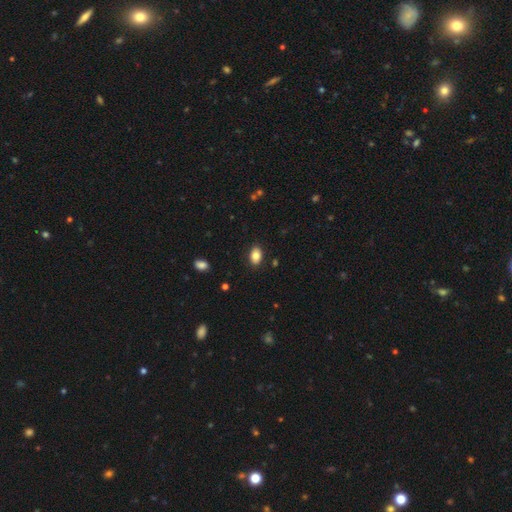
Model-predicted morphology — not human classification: Smooth or featured? Predicted: smooth (p=0.84). How rounded? Predicted: in between (p=0.87). Merging? Predicted: none (p=0.87).